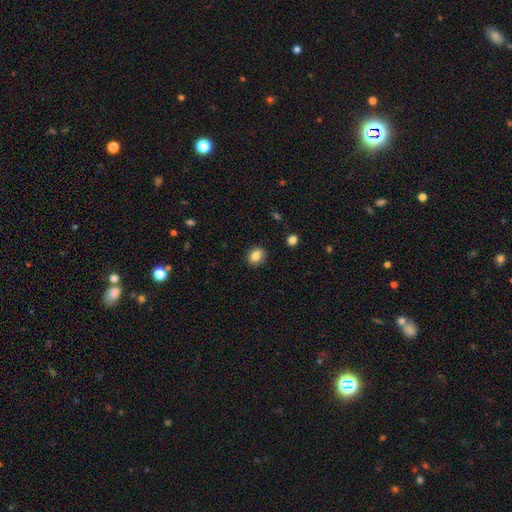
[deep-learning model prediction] Smooth or featured? smooth (83%)
How rounded? round (54%)
Merging? none (88%)